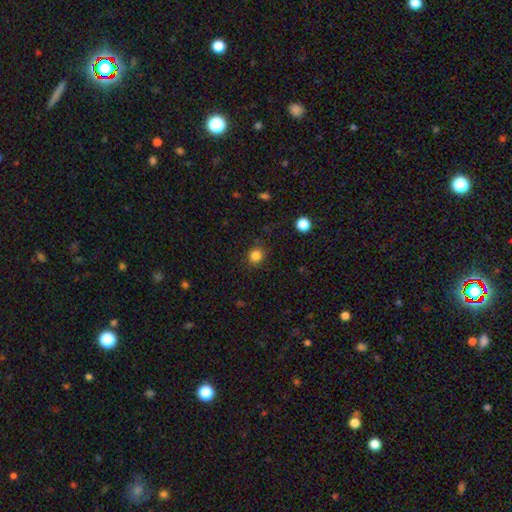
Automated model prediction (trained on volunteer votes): Smooth or featured? smooth (84%)
How rounded? round (83%)
Merging? none (85%)